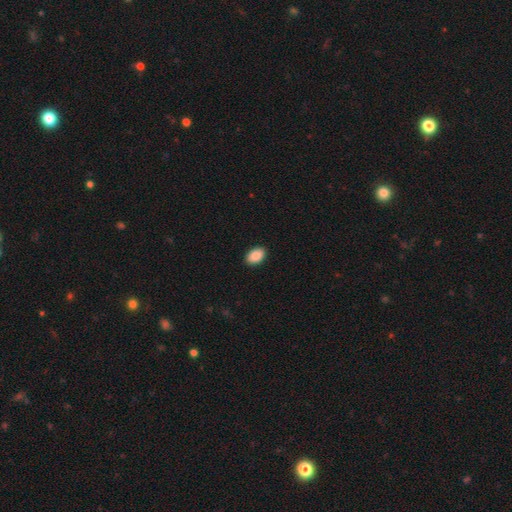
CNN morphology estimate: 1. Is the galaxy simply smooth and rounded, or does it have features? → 89% smooth, 7% star or artifact, 4% featured or disk.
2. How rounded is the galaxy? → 91% in between, 8% round, 1% cigar-shaped.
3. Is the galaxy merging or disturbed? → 90% none, 7% minor disturbance, 2% major disturbance, 1% merger.